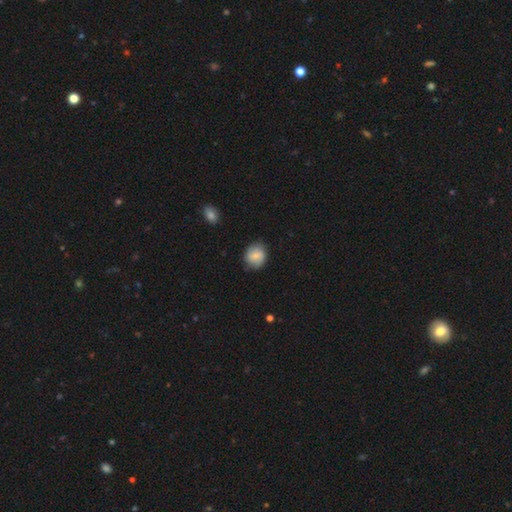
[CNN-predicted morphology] Smooth or featured? smooth (72%)
How rounded? round (76%)
Merging? none (78%)